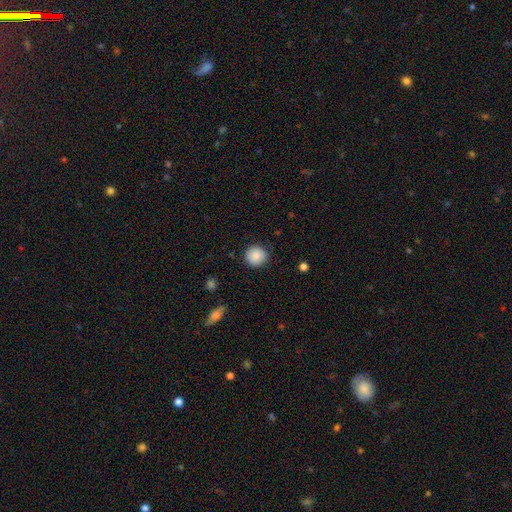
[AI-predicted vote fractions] This appears to be a smooth galaxy with no disk features (87%) that is round (93%). Merging: none (89%).